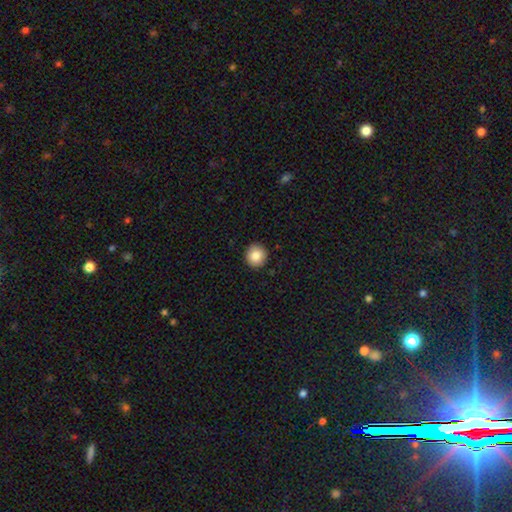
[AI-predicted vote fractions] smooth 85%, star or artifact 9%, featured or disk 6%. Down the decision tree: how rounded — round (91%); merging — none (92%).